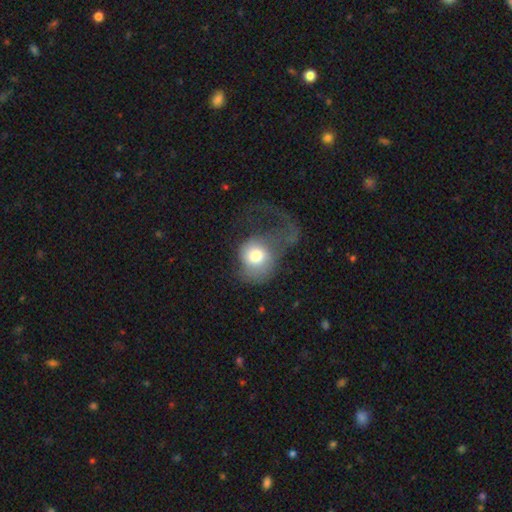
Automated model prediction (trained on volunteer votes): smooth-or-featured: smooth: 65% | featured or disk: 26% | star or artifact: 9%
  how-rounded: round: 75% | in between: 24% | cigar-shaped: 1%
  merging: major disturbance: 67% | none: 17% | minor disturbance: 13% | merger: 3%